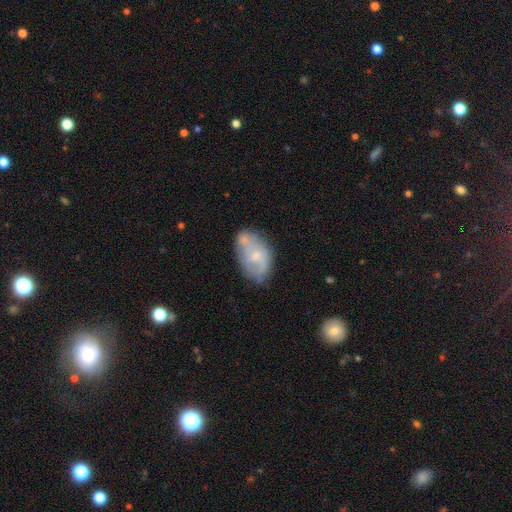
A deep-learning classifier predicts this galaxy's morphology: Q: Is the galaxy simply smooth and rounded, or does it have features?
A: featured or disk — 52%.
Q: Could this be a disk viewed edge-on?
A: no — 96%.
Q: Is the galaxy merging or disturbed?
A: none — 51%.